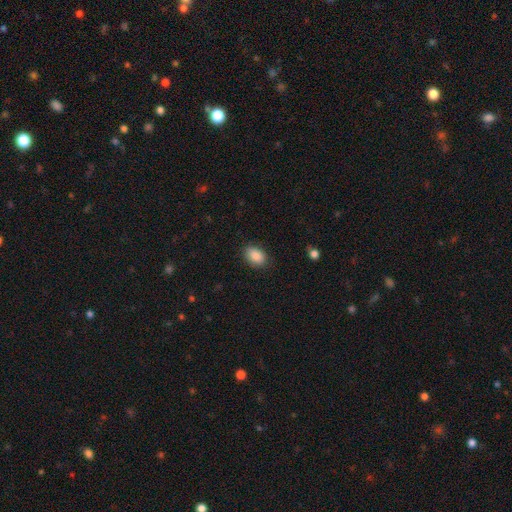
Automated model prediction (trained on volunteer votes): smooth_or_featured: smooth (p=0.88) [alt: star or artifact p=0.08]
how_rounded: in between (p=0.83) [alt: round p=0.16]
merging: none (p=0.85) [alt: minor disturbance p=0.11]